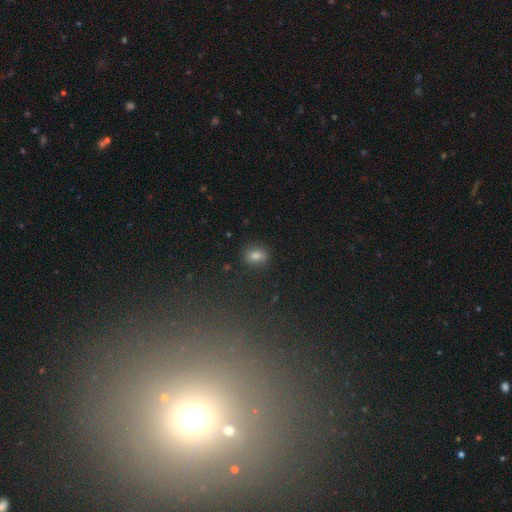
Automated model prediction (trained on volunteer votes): Smooth or featured: smooth — 76% (star or artifact — 15%)
How rounded: in between — 53% (round — 45%)
Merging: none — 84% (minor disturbance — 11%)